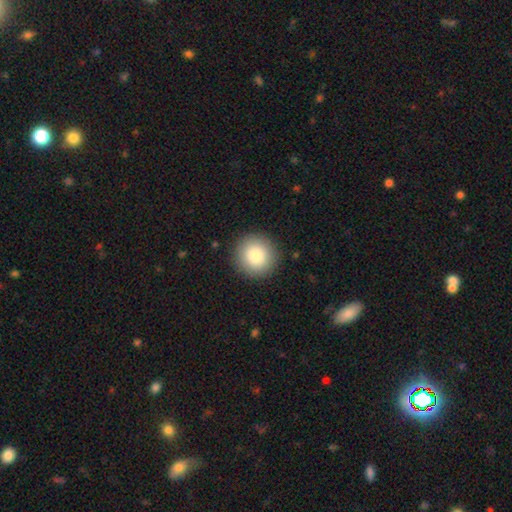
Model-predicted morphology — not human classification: Smooth or featured? Predicted: smooth (p=0.85). How rounded? Predicted: round (p=0.95). Merging? Predicted: none (p=0.91).